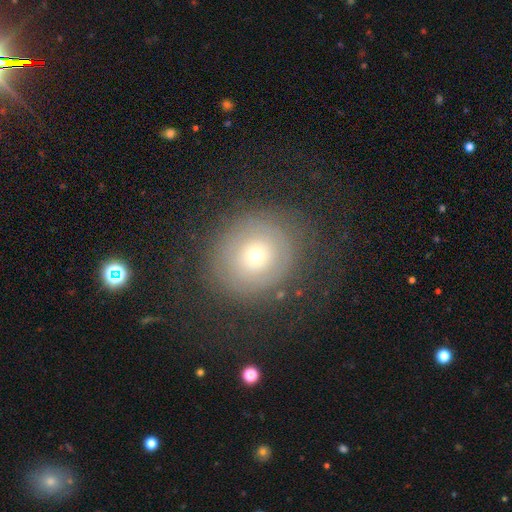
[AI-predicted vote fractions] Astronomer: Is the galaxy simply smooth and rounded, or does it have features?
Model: smooth — 50% (runner-up: featured or disk, 37%).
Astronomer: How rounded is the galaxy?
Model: round — 84%.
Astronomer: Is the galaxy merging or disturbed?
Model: none — 76%.